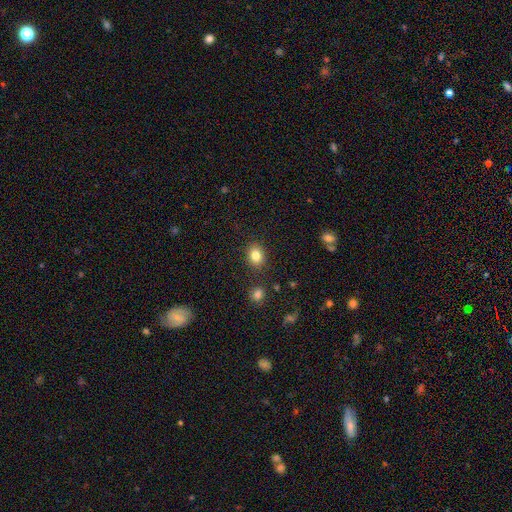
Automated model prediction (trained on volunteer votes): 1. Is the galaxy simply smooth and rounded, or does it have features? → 83% smooth, 10% star or artifact, 7% featured or disk.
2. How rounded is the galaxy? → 53% round, 46% in between, 1% cigar-shaped.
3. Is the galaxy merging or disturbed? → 85% none, 9% minor disturbance, 3% merger, 2% major disturbance.